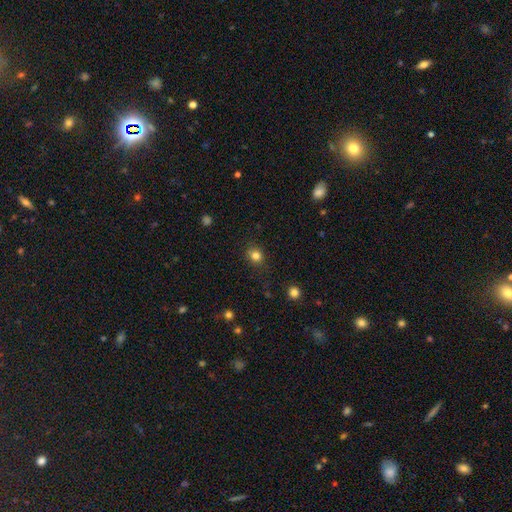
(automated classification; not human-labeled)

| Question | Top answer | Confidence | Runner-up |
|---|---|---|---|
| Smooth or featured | smooth | 81% | star or artifact (13%) |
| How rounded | round | 74% | in between (25%) |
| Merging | none | 84% | minor disturbance (11%) |